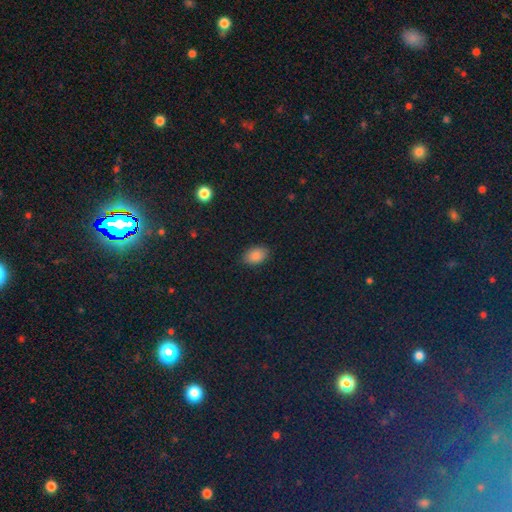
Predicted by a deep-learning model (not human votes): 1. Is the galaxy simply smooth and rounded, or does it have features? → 85% smooth, 10% star or artifact, 4% featured or disk.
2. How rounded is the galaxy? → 85% in between, 13% round, 1% cigar-shaped.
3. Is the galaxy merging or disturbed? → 85% none, 11% minor disturbance, 2% major disturbance, 1% merger.